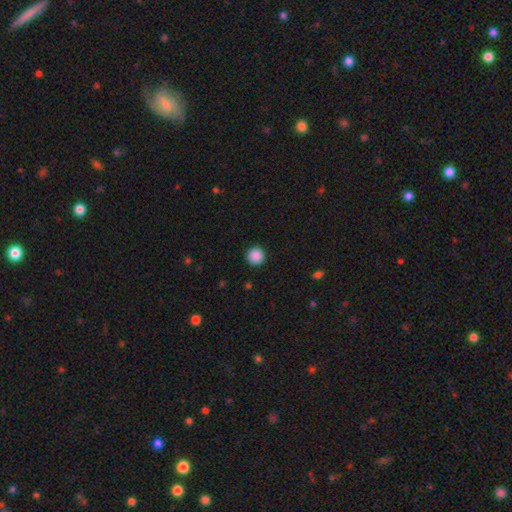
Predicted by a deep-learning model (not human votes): Smooth or featured? smooth (89%)
How rounded? round (96%)
Merging? none (92%)